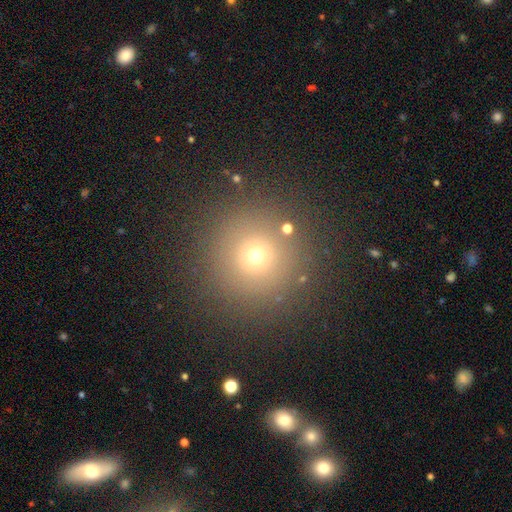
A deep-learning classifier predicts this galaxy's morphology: Smooth or featured: smooth — 65% (star or artifact — 24%)
How rounded: round — 95% (in between — 4%)
Merging: none — 87% (minor disturbance — 7%)